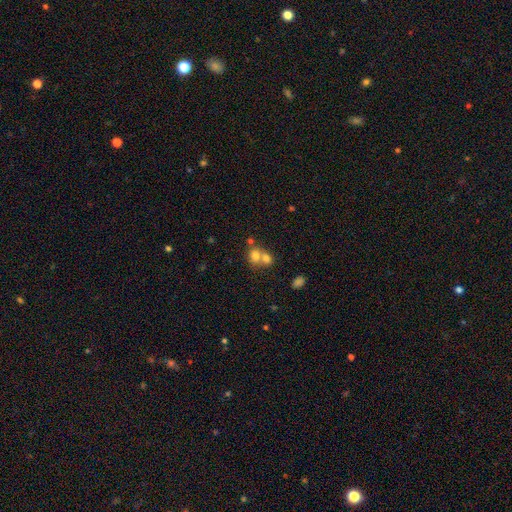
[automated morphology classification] Smooth or featured? smooth (73%)
How rounded? round (63%)
Merging? merger (62%)